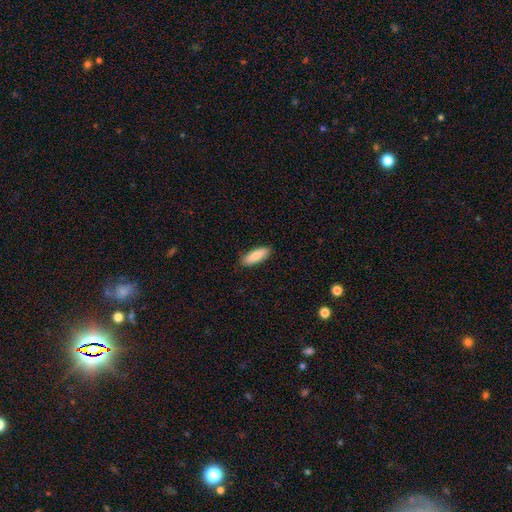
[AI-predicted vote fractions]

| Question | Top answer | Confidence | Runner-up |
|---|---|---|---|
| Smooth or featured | smooth | 81% | featured or disk (13%) |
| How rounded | in between | 61% | cigar-shaped (37%) |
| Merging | none | 88% | minor disturbance (9%) |